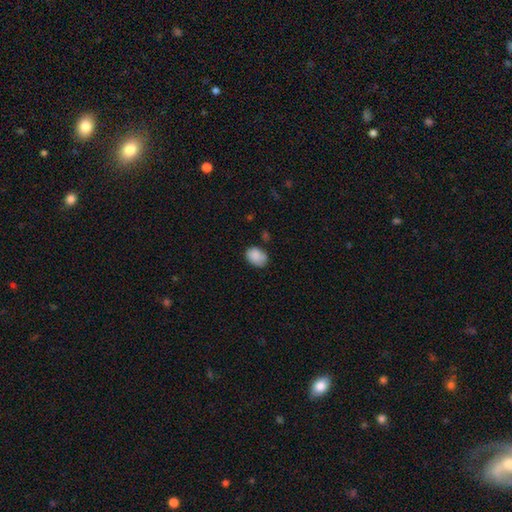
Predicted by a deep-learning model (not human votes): Overall: smooth (85%). How rounded: in between (72%). Merging: none (64%; minor disturbance 26%).